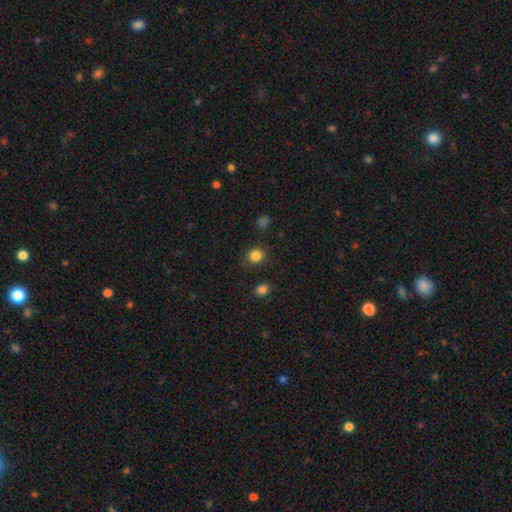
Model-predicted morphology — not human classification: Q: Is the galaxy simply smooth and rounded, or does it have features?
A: smooth — 84%.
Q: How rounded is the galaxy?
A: round — 81%.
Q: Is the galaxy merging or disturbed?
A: none — 84%.